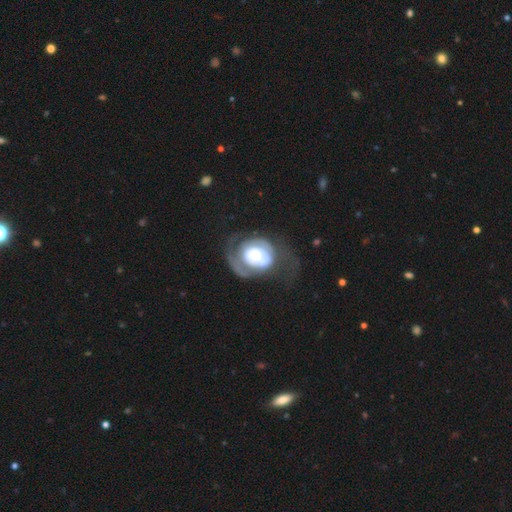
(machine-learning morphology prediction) This is likely a featured or disk galaxy (68%). It is clearly not viewed edge-on (97%). Bar: likely no (79%). Spiral arm pattern: likely yes (61%). Central bulge: marginally moderate (36%). Merging: marginally major disturbance (41%).